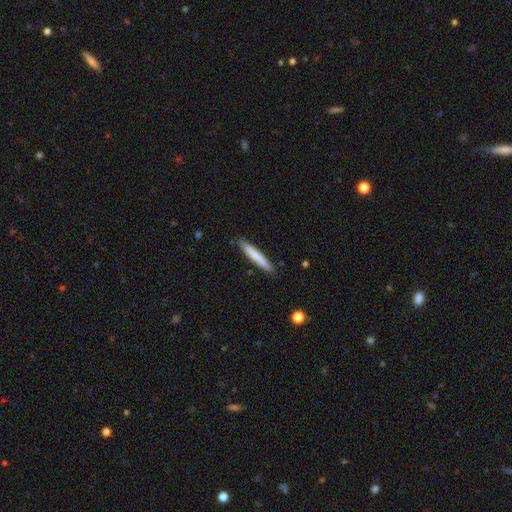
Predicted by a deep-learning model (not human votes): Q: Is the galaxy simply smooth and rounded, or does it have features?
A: smooth — 72%.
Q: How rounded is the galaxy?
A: cigar-shaped — 95%.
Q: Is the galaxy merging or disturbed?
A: none — 89%.